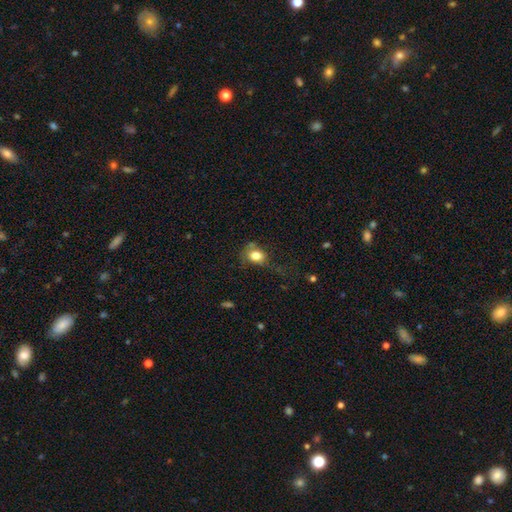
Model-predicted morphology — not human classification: Smooth or featured? Predicted: smooth (p=0.80). How rounded? Predicted: in between (p=0.50). Merging? Predicted: none (p=0.43).